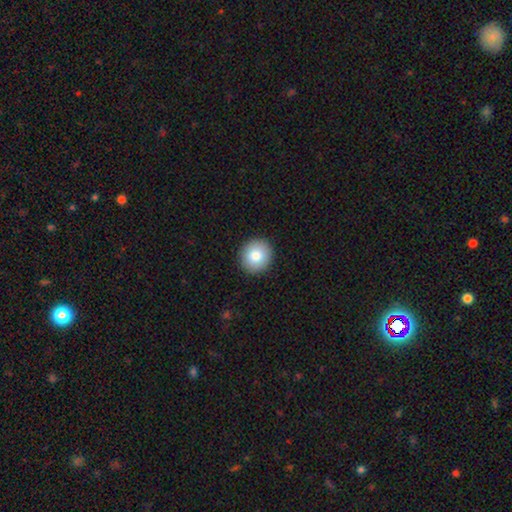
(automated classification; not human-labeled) Smooth or featured?
  - smooth: 83% *
  - featured or disk: 8%
  - star or artifact: 8%
How rounded?
  - round: 90% *
  - in between: 9%
  - cigar-shaped: 1%
Merging?
  - none: 92% *
  - minor disturbance: 5%
  - major disturbance: 2%
  - merger: 1%